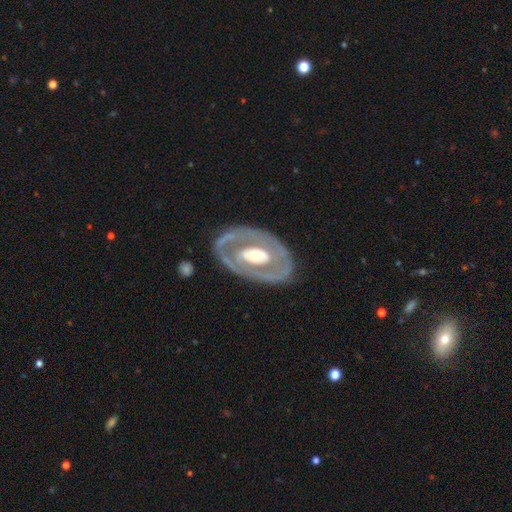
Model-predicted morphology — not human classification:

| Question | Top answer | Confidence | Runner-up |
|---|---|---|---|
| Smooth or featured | featured or disk | 76% | smooth (20%) |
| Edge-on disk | no | 93% | yes (7%) |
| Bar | no | 68% | weak (19%) |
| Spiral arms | no | 62% | yes (38%) |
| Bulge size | moderate | 60% | small (19%) |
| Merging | none | 74% | minor disturbance (15%) |